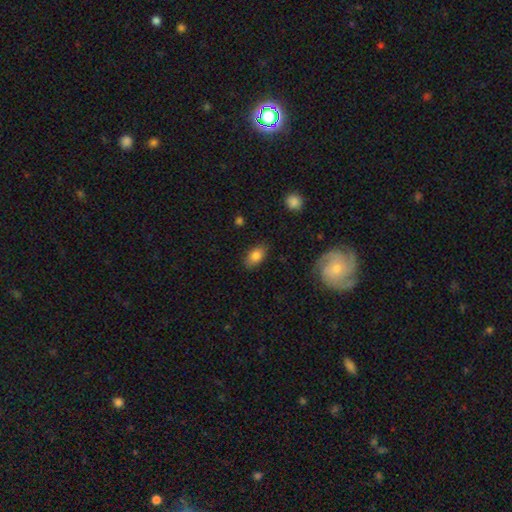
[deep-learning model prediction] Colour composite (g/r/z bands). It shows a smooth galaxy with no disk features (82%) that is in between round and cigar-shaped (90%). Merging: none (85%).